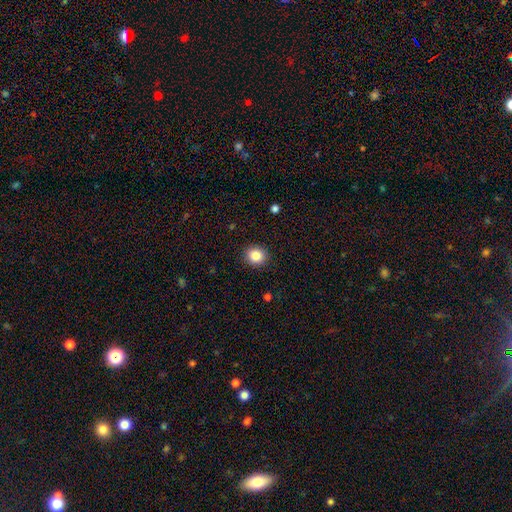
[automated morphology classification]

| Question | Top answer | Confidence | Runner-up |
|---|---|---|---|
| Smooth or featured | smooth | 85% | star or artifact (10%) |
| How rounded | round | 83% | in between (17%) |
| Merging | none | 91% | minor disturbance (6%) |